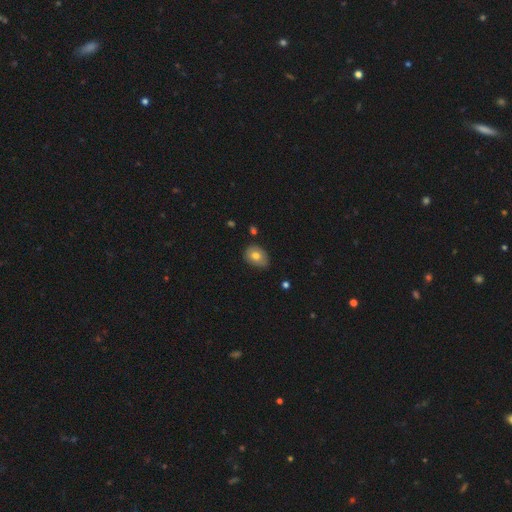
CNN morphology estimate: Overall: smooth (74%). How rounded: in between (65%; round 34%). Merging: none (69%).